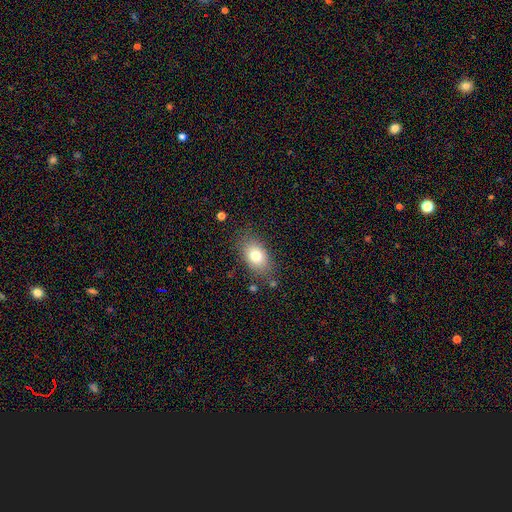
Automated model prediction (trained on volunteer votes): Morphology: type=smooth (78%); roundness=in between (84%); merging=none (77%).